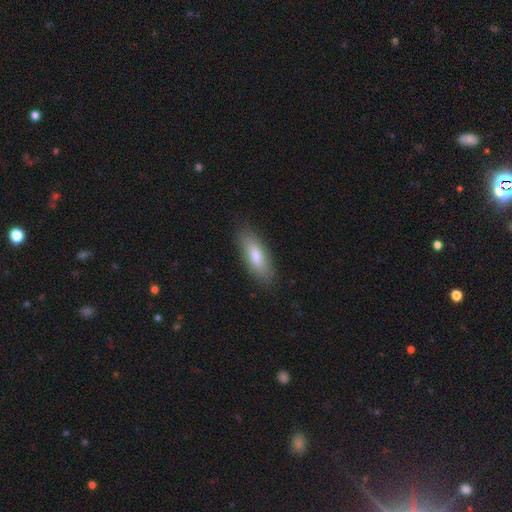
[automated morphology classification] Smooth or featured? smooth (76%)
How rounded? in between (62%)
Merging? none (85%)